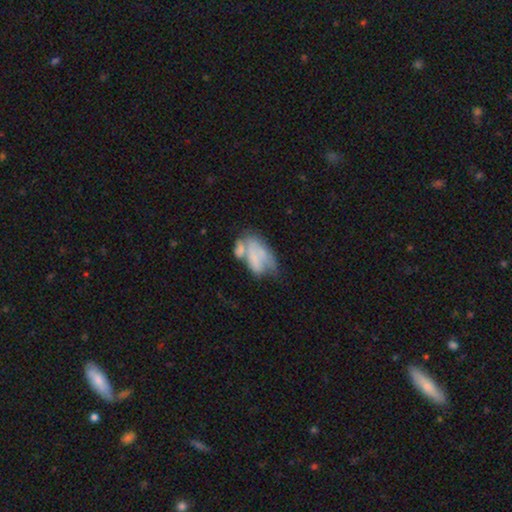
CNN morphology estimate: Smooth or featured?
  - smooth: 52% *
  - featured or disk: 39%
  - star or artifact: 9%
How rounded?
  - in between: 91% *
  - round: 6%
  - cigar-shaped: 3%
Merging?
  - merger: 35% *
  - major disturbance: 25%
  - minor disturbance: 20%
  - none: 20%